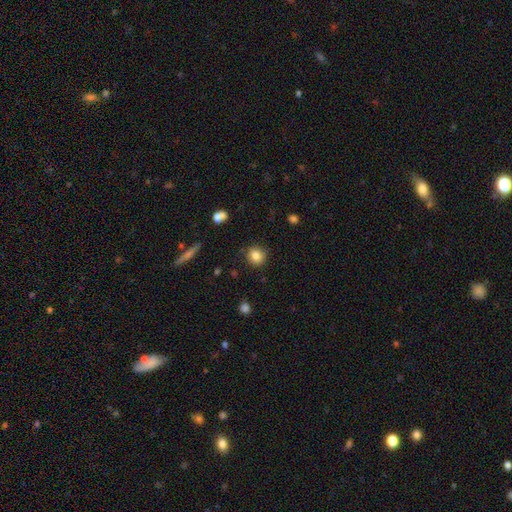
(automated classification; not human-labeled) smooth_or_featured: smooth (p=0.83) [alt: star or artifact p=0.10]
how_rounded: round (p=0.86) [alt: in between p=0.13]
merging: none (p=0.86) [alt: minor disturbance p=0.09]